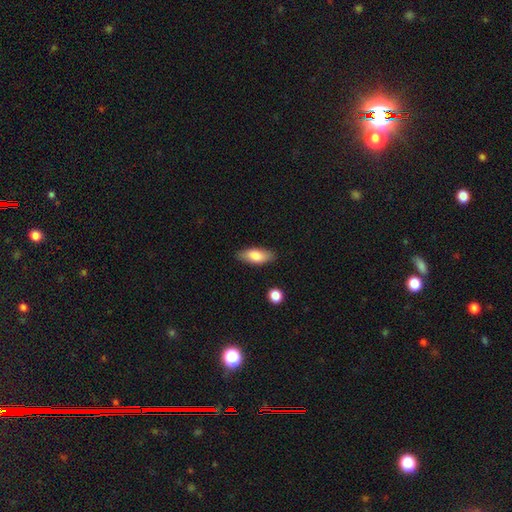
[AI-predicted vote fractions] Overall: smooth (81%). How rounded: in between (77%). Merging: none (84%).